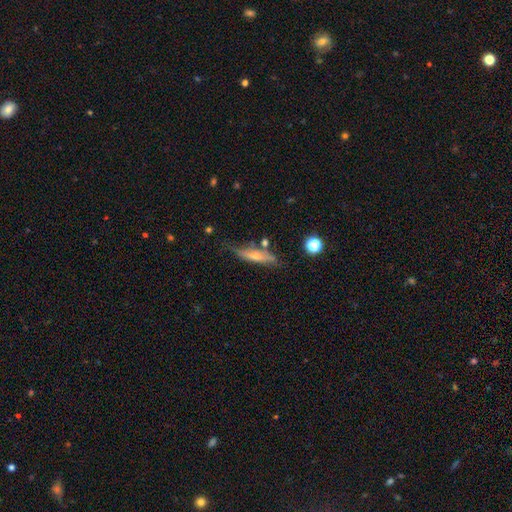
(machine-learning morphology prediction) Overall: featured or disk (55%; smooth 36%). Edge-on disk: yes (85%). Merging: none (66%).